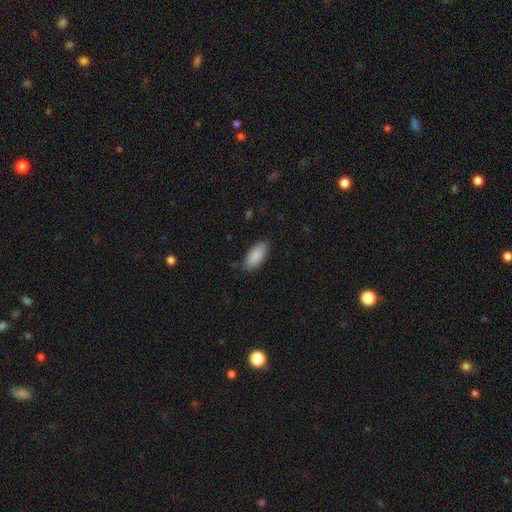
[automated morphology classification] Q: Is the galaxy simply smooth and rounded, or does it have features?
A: smooth — 89%.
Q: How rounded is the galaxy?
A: in between — 91%.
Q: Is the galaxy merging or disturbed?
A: none — 81%.